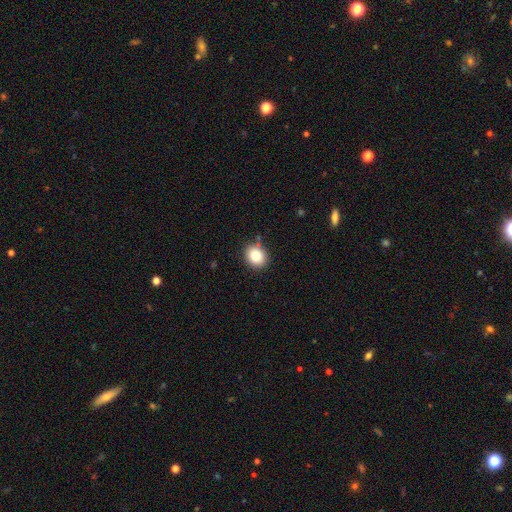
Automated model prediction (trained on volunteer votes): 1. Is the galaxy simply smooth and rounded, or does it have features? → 82% smooth, 10% star or artifact, 8% featured or disk.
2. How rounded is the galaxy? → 68% round, 31% in between, 1% cigar-shaped.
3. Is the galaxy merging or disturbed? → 83% none, 12% minor disturbance, 3% merger, 3% major disturbance.